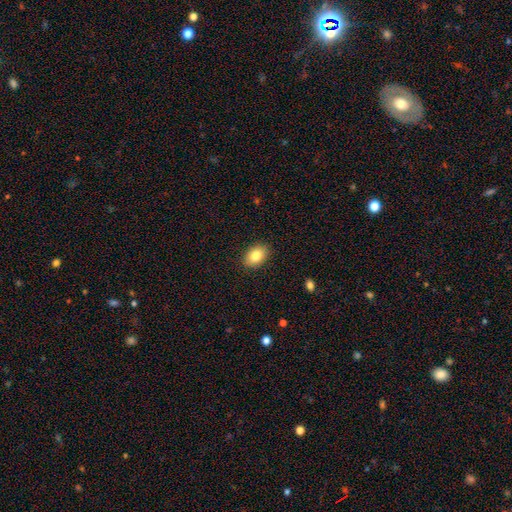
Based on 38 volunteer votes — A smooth galaxy with no disk features (89%) that is in between round and cigar-shaped (79%). Merging: none (89%).